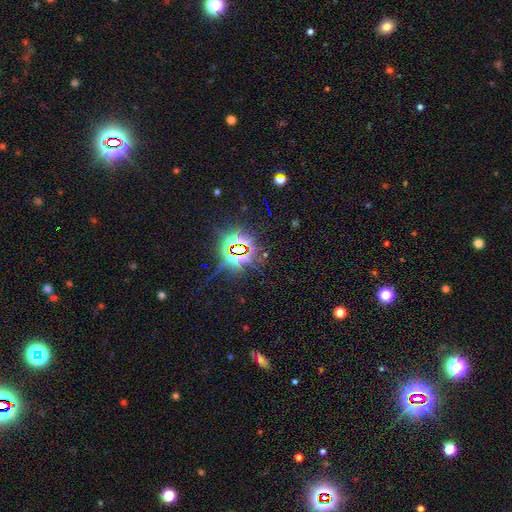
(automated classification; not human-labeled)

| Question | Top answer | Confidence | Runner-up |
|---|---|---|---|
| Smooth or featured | star or artifact | 81% | smooth (11%) |